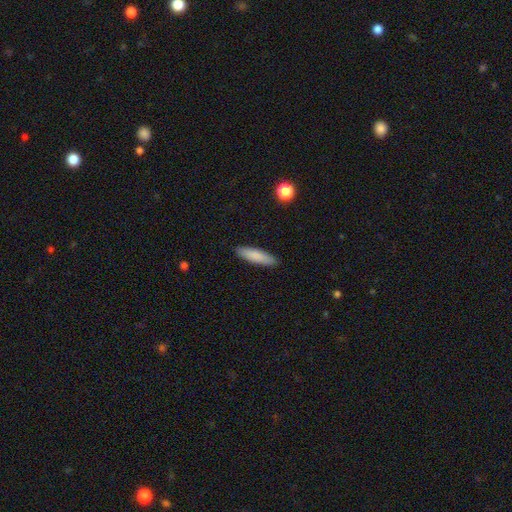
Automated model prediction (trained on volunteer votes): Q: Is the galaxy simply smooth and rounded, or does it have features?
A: smooth — 85%.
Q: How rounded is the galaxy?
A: cigar-shaped — 69%.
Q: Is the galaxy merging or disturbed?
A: none — 90%.